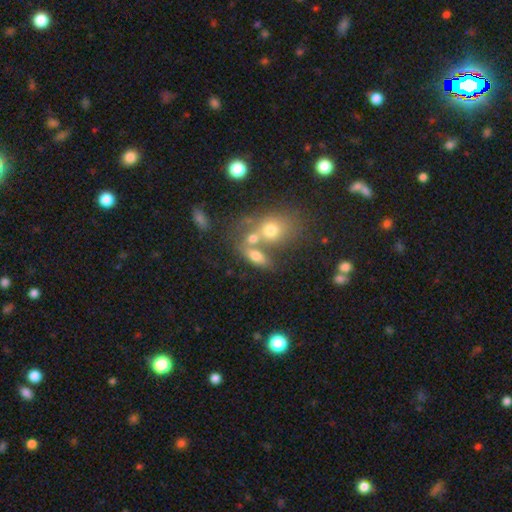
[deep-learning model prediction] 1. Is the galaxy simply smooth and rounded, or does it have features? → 66% smooth, 21% featured or disk, 13% star or artifact.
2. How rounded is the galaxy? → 76% in between, 17% round, 7% cigar-shaped.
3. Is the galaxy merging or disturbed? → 50% merger, 33% none, 11% minor disturbance, 7% major disturbance.